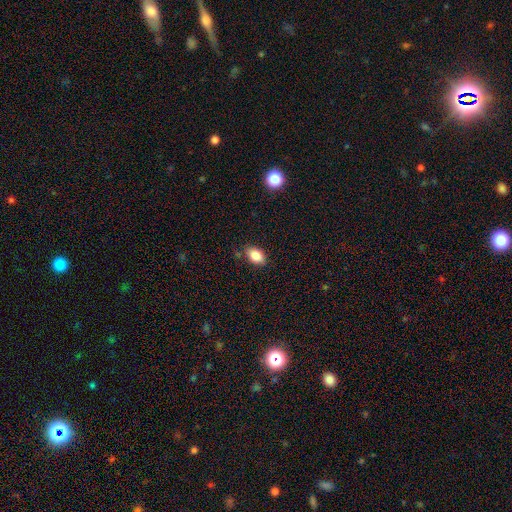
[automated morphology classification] type=smooth (85%); roundness=in between (88%); merging=none (82%).